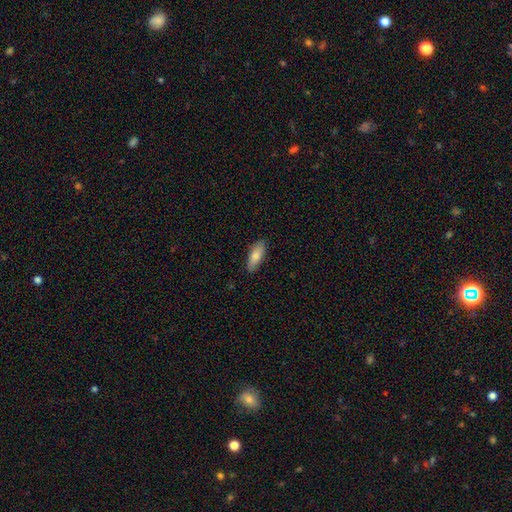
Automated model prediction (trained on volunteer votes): Overall: smooth (81%). How rounded: in between (68%; cigar-shaped 30%). Merging: none (87%).